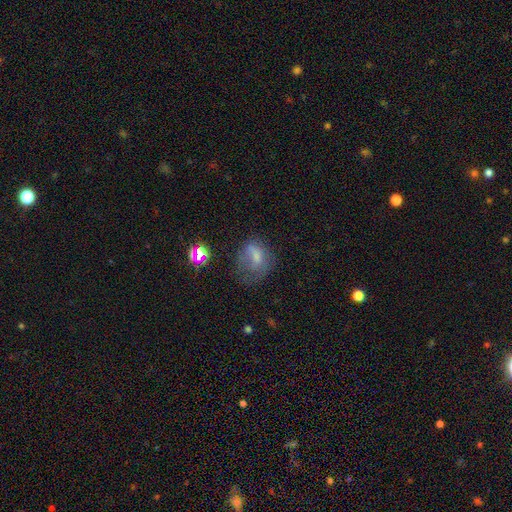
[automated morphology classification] Q: Smooth or featured?
A: smooth (57%); runner-up: featured or disk (25%)
Q: How rounded?
A: in between (50%); runner-up: round (48%)
Q: Merging?
A: none (40%); runner-up: major disturbance (29%)